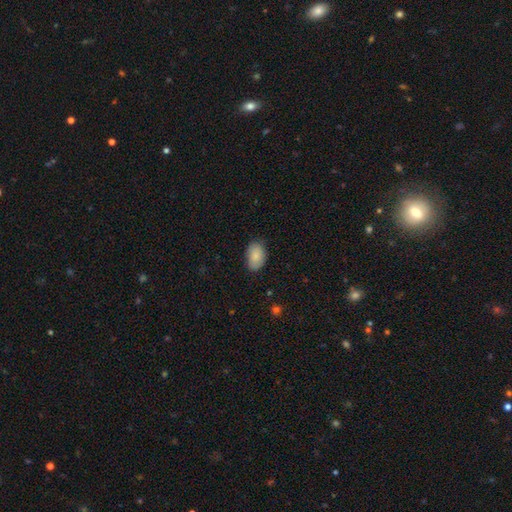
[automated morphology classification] Smooth or featured? smooth (86%)
How rounded? in between (90%)
Merging? none (83%)